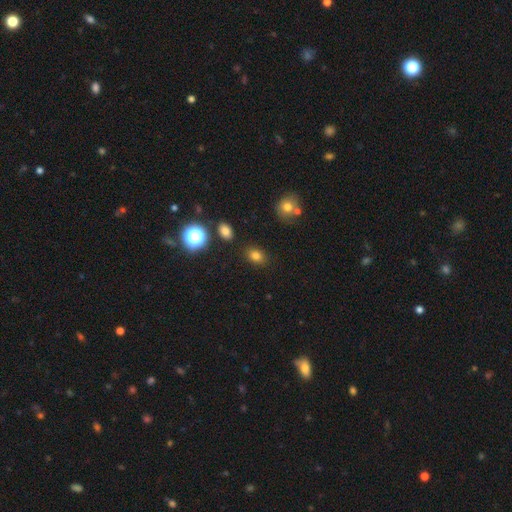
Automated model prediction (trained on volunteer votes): This appears to be a smooth galaxy with no disk features (78%) that is in between round and cigar-shaped (69%). Merging: none (83%).